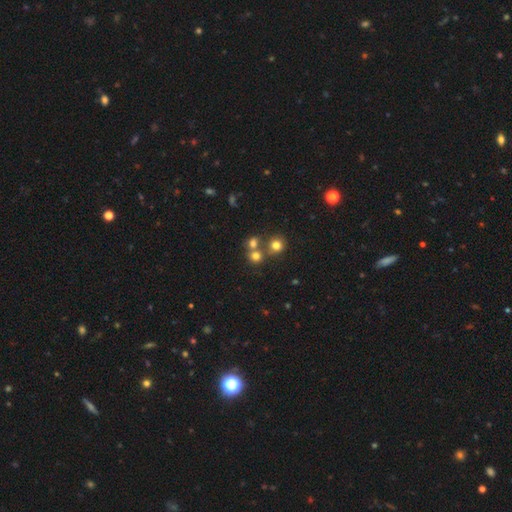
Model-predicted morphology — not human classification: Smooth or featured? smooth (72%)
How rounded? round (87%)
Merging? none (56%)